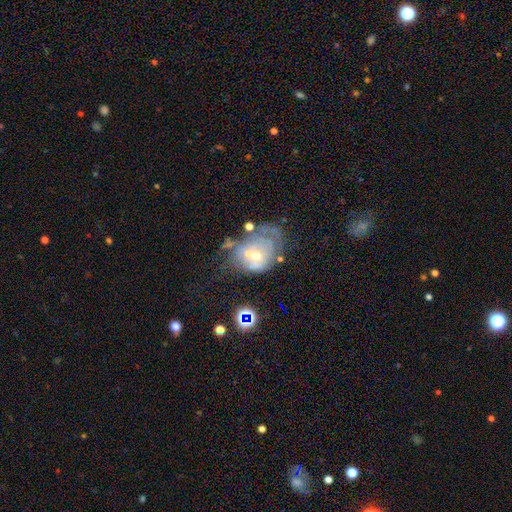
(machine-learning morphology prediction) A featured or disk galaxy (60%) with no bar (87%), no spiral arms (70%) and a moderate central bulge (47%). Merging: merger (33%).